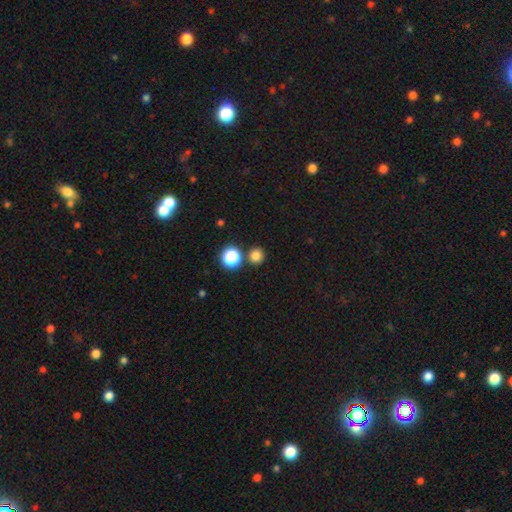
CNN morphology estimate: Overall: smooth (79%). How rounded: round (92%). Merging: none (84%).